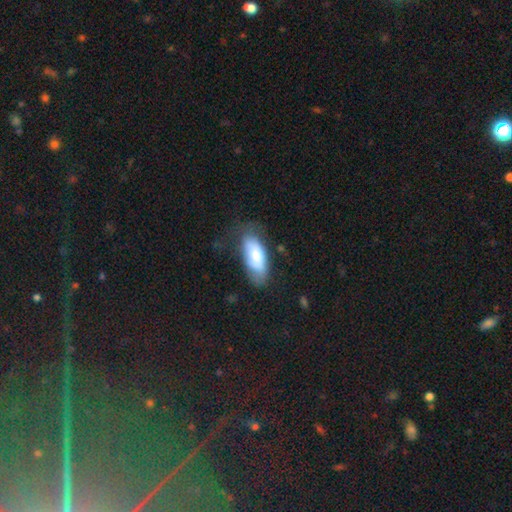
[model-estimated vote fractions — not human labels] Smooth or featured? smooth (75%)
How rounded? in between (84%)
Merging? none (53%)